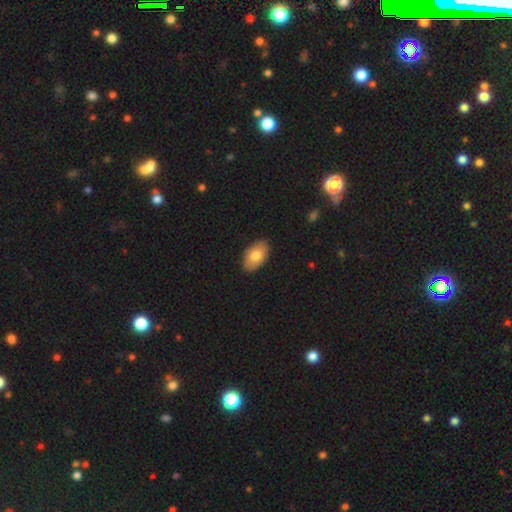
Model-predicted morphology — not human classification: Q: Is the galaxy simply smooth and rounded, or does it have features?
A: smooth — 78%.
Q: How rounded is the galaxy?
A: in between — 93%.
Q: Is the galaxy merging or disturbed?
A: none — 87%.